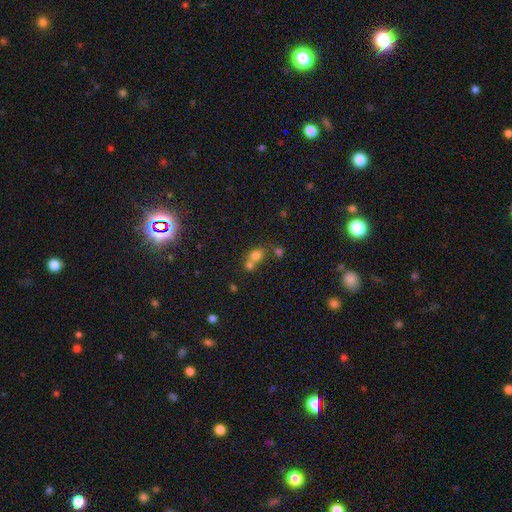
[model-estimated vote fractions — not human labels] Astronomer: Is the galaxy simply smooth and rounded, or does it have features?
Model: smooth — 72%.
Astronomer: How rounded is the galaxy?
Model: round — 70%.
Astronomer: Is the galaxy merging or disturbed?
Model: merger — 52% (runner-up: none, 38%).